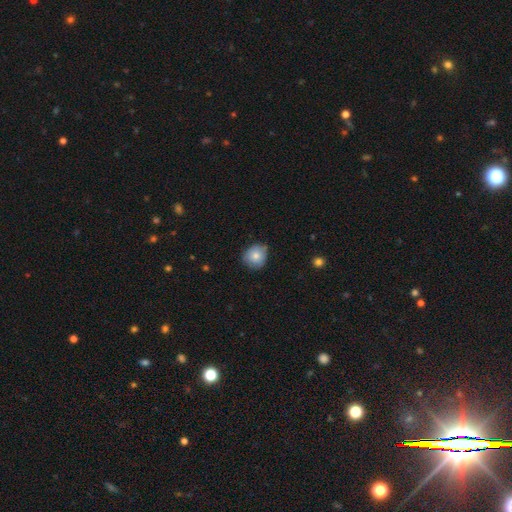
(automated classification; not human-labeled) smooth-or-featured: smooth: 78% | featured or disk: 14% | star or artifact: 8%
  how-rounded: round: 84% | in between: 15% | cigar-shaped: 1%
  merging: none: 70% | minor disturbance: 25% | major disturbance: 4% | merger: 1%